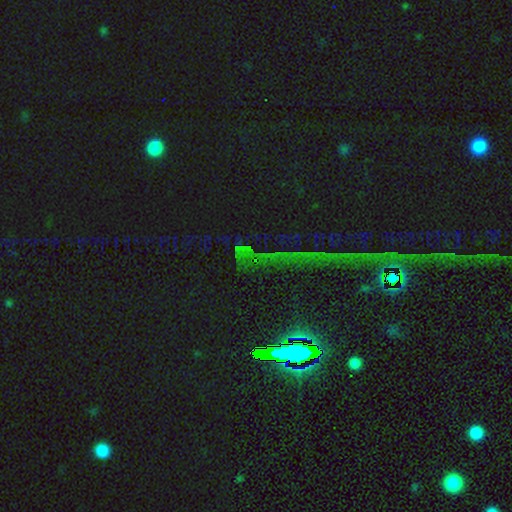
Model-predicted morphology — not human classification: Smooth or featured: star or artifact — 84% (smooth — 8%)